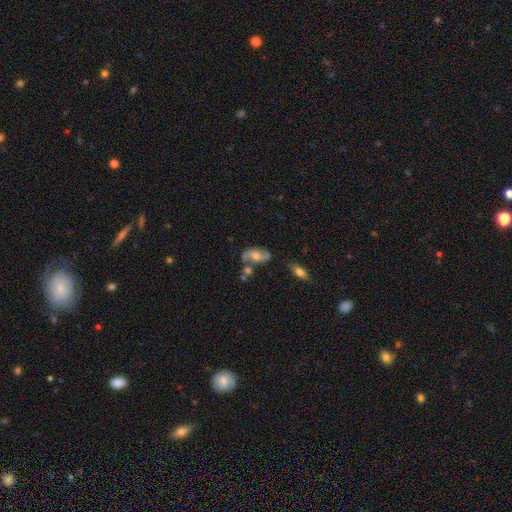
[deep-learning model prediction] smooth-or-featured: featured or disk: 69% | smooth: 23% | star or artifact: 7%
  disk-edge-on: no: 94% | yes: 6%
    bar: no: 53% | weak: 36% | strong: 10%
    has-spiral-arms: yes: 89% | no: 11%
      spiral-winding: loose: 50% | medium: 38% | tight: 13%
      spiral-arm-count: 2: 89% | can't tell: 5% | 1: 3% | 3: 1% | 4: 1% | more than 4: 1%
    bulge-size: moderate: 62% | small: 23% | large: 10% | none: 4% | dominant: 1%
  merging: none: 59% | minor disturbance: 19% | merger: 14% | major disturbance: 8%